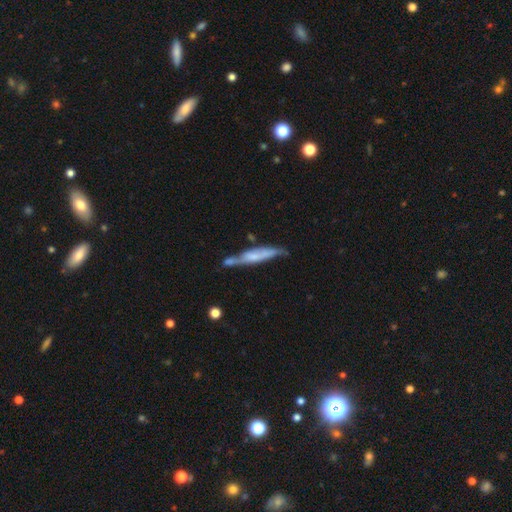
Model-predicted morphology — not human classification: A featured or disk galaxy (54%) viewed edge-on (79%).

Vote fractions:
- Smooth or featured? featured or disk: 54% / smooth: 39% / star or artifact: 6%
- Edge-on disk? yes: 79% / no: 21%
- Merging? none: 50% / minor disturbance: 22% / merger: 21% / major disturbance: 8%